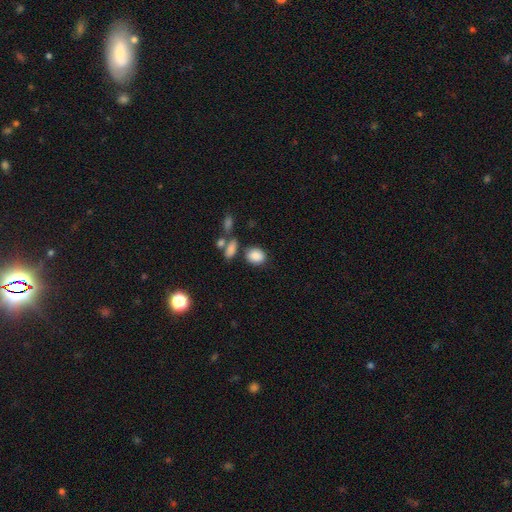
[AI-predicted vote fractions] Overall: smooth (86%). How rounded: in between (62%; round 37%). Merging: none (68%).